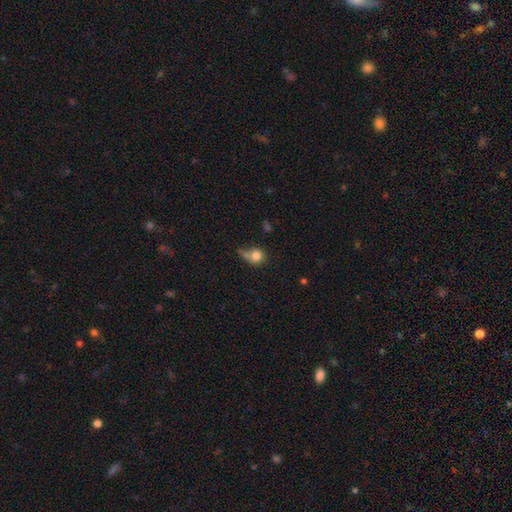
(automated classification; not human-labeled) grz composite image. It shows a smooth galaxy with no disk features (80%) that is round (82%). Merging: none (41%).